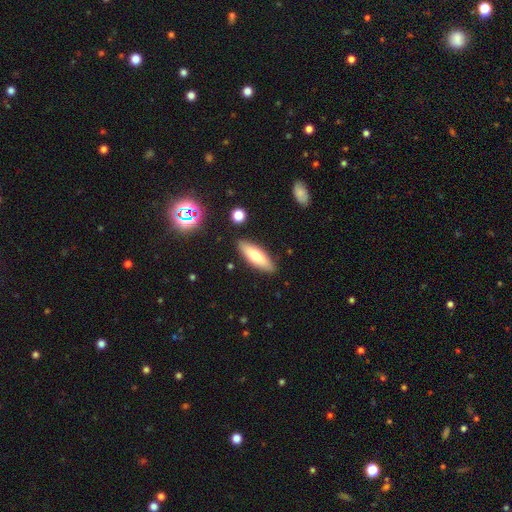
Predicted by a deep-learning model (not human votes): smooth-or-featured: smooth: 70% | featured or disk: 23% | star or artifact: 7%
  how-rounded: in between: 51% | cigar-shaped: 47% | round: 2%
  merging: none: 86% | minor disturbance: 9% | merger: 2% | major disturbance: 2%